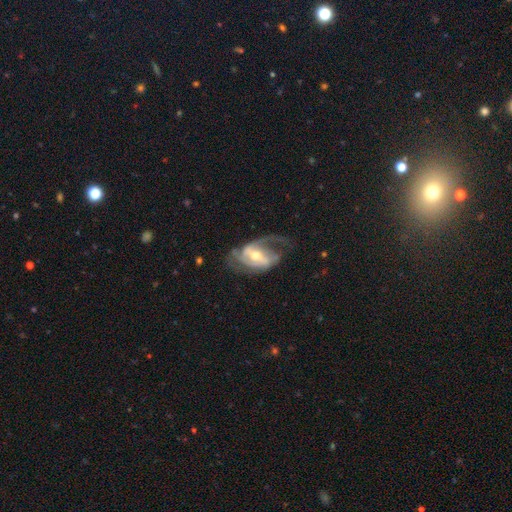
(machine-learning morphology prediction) type=featured or disk (86%); edge-on=no (96%); bar=weak (41%); spiral arms=yes (93%); winding=medium (45%); arm count=2 (64%); bulge=moderate (65%); merging=none (51%).